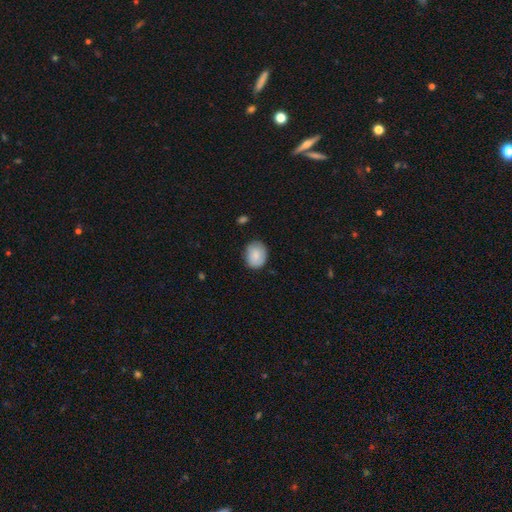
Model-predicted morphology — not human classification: smooth 82%, featured or disk 12%, star or artifact 7%. Down the decision tree: how rounded — in between (52%); merging — none (77%).